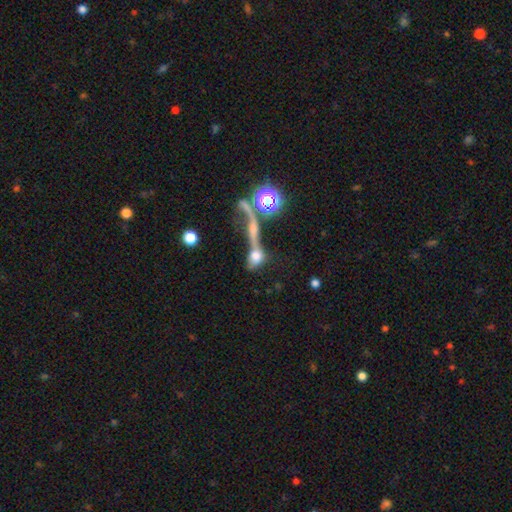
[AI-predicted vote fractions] smooth 55%, featured or disk 28%, star or artifact 17%. Down the decision tree: how rounded — in between (48%); merging — merger (53%).